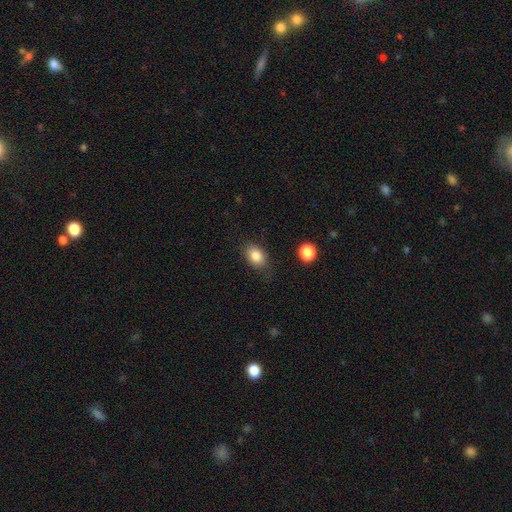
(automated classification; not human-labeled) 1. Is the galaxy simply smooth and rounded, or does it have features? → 84% smooth, 8% star or artifact, 7% featured or disk.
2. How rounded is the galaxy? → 81% in between, 17% round, 1% cigar-shaped.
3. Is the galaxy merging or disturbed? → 76% none, 17% minor disturbance, 5% major disturbance, 2% merger.